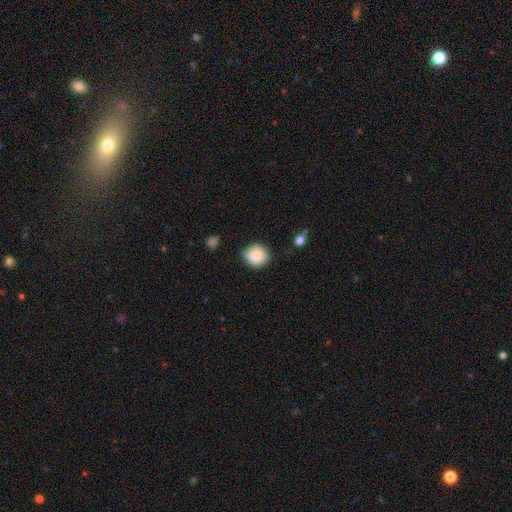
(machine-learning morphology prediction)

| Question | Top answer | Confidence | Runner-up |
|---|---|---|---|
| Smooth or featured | smooth | 85% | star or artifact (8%) |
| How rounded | round | 83% | in between (16%) |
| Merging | none | 78% | minor disturbance (17%) |